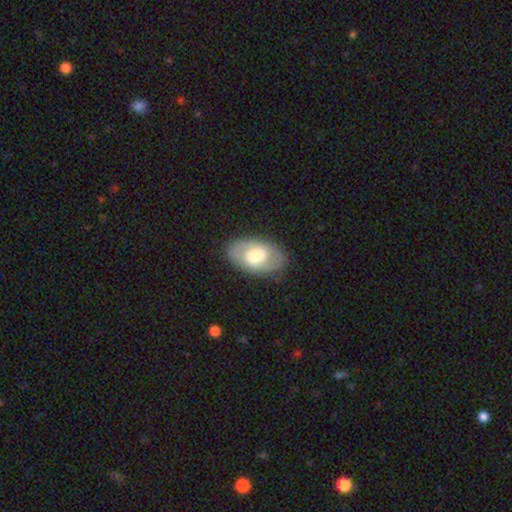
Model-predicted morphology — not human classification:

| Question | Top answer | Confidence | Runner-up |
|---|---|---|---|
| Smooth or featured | smooth | 50% | featured or disk (44%) |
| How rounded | in between | 91% | round (8%) |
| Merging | none | 82% | minor disturbance (13%) |